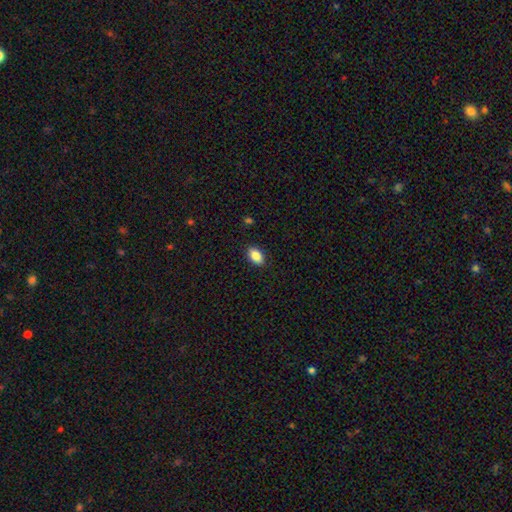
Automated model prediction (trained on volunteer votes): Morphology: type=smooth (87%); roundness=in between (89%); merging=none (89%).